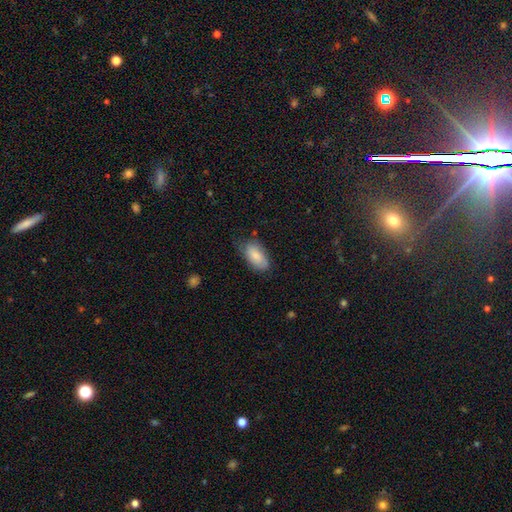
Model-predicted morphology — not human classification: A smooth galaxy with no disk features (81%) that is in between round and cigar-shaped (94%). Merging: none (62%).